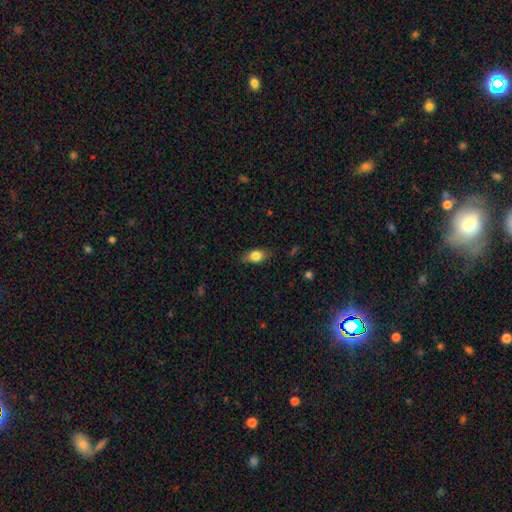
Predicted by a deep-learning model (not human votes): The model was most divided on "merging": none: 77%, minor disturbance: 18%, major disturbance: 4%, merger: 1%. More confident: smooth or featured — smooth (81%); how rounded — in between (80%).